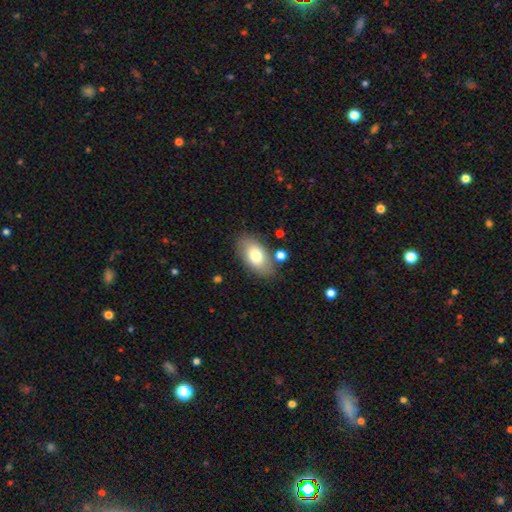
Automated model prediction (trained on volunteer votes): Overall: smooth (76%). How rounded: in between (92%). Merging: none (78%).